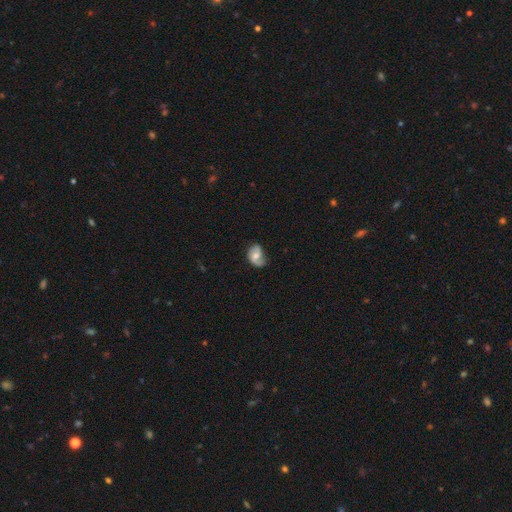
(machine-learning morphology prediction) type=featured or disk (57%); edge-on=no (97%); bar=no (60%); spiral arms=yes (85%); bulge=moderate (59%); merging=none (49%).